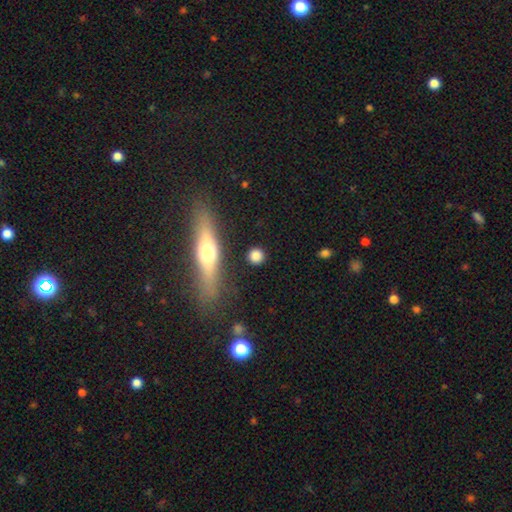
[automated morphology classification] This is clearly a smooth galaxy (81%). How rounded: clearly round (86%). Merging: clearly none (88%).